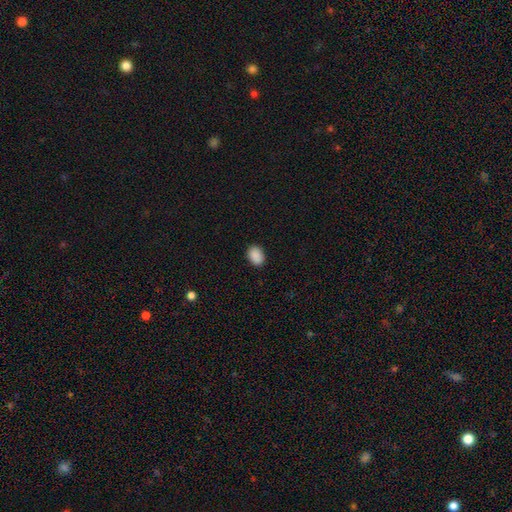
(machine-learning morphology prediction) A smooth galaxy with no disk features (90%) that is in between round and cigar-shaped (77%).

Vote fractions:
- Smooth or featured? smooth: 90% / star or artifact: 8% / featured or disk: 2%
- How rounded? in between: 77% / round: 22% / cigar-shaped: 1%
- Merging? none: 89% / minor disturbance: 8% / major disturbance: 2% / merger: 1%